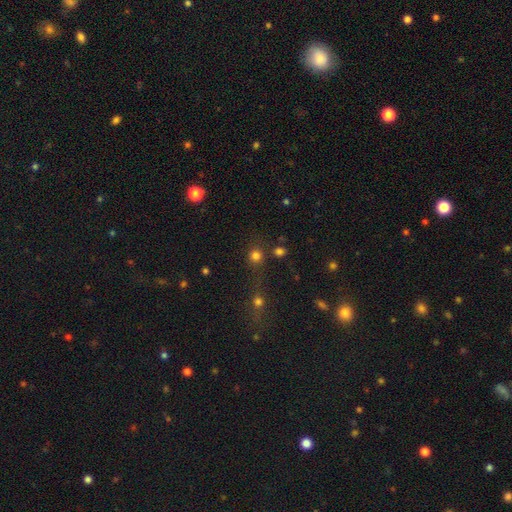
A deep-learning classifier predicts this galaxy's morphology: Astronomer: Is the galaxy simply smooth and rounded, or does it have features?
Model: smooth — 76%.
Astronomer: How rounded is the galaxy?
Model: round — 90%.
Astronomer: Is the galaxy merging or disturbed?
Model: none — 70%.